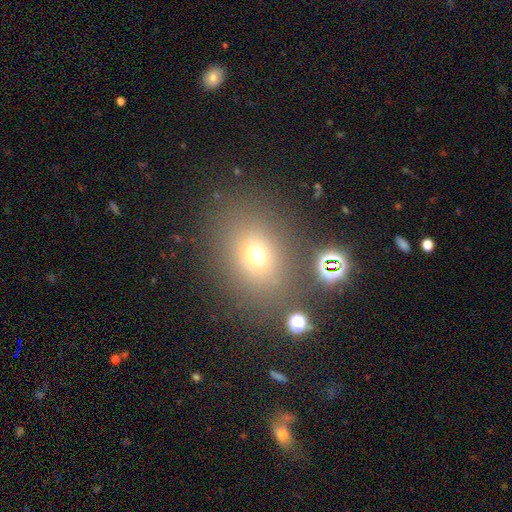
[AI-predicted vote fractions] Morphology: type=smooth (67%); roundness=round (51%); merging=none (76%).